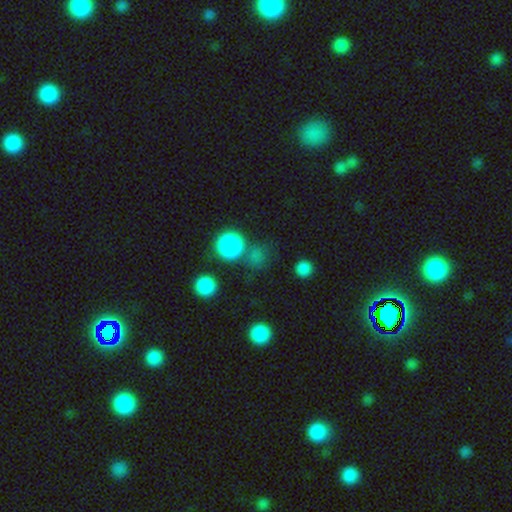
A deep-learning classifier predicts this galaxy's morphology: A smooth galaxy with no disk features (78%) that is round (85%).

Vote fractions:
- Smooth or featured? smooth: 78% / star or artifact: 16% / featured or disk: 6%
- How rounded? round: 85% / in between: 14% / cigar-shaped: 1%
- Merging? none: 66% / merger: 15% / minor disturbance: 12% / major disturbance: 7%